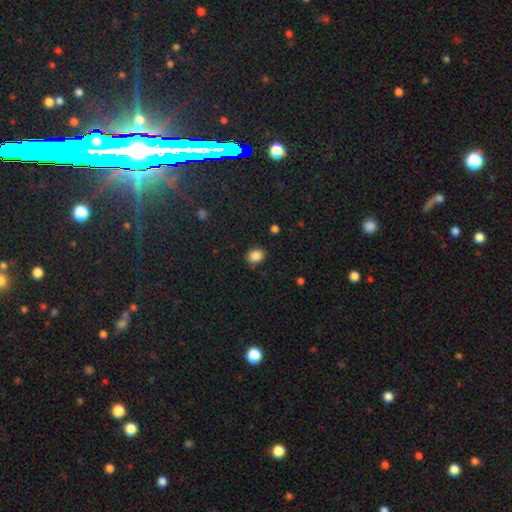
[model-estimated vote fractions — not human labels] smooth_or_featured: smooth (p=0.86) [alt: star or artifact p=0.10]
how_rounded: round (p=0.50) [alt: in between p=0.49]
merging: none (p=0.83) [alt: minor disturbance p=0.13]